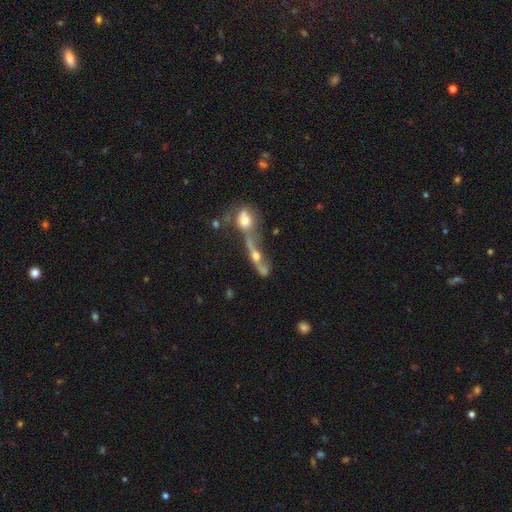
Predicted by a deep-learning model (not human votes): A featured or disk galaxy (54%) viewed edge-on (52%). Merging: merger (51%).